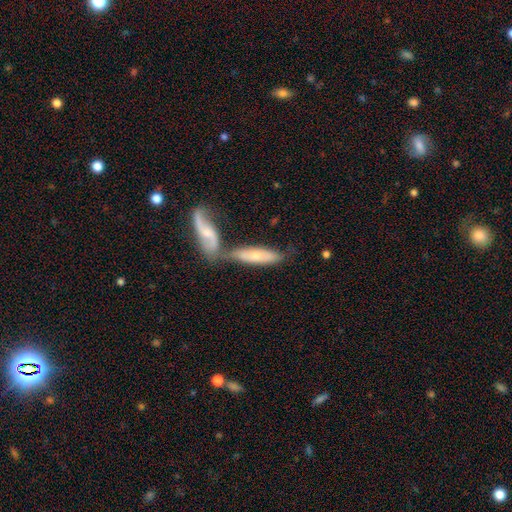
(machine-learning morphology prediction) The model was most divided on "smooth or featured": smooth: 51%, featured or disk: 44%, star or artifact: 6%. More confident: how rounded — cigar-shaped (63%); merging — merger (51%).